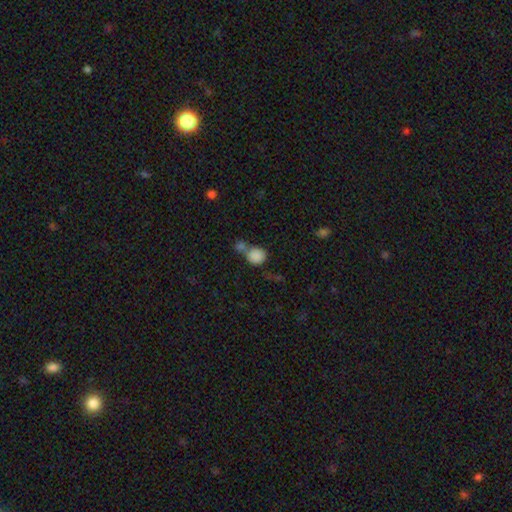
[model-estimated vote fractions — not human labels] smooth_or_featured: smooth (p=0.85) [alt: star or artifact p=0.09]
how_rounded: round (p=0.79) [alt: in between p=0.20]
merging: merger (p=0.46) [alt: none p=0.39]